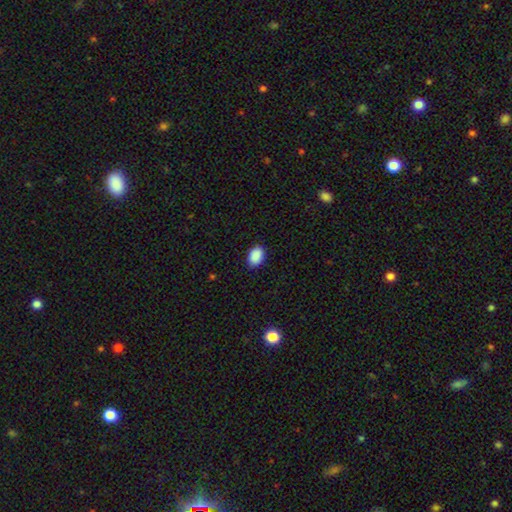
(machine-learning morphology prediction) A smooth galaxy with no disk features (90%) that is in between round and cigar-shaped (85%).

Vote fractions:
- Smooth or featured? smooth: 90% / star or artifact: 7% / featured or disk: 2%
- How rounded? in between: 85% / round: 14% / cigar-shaped: 1%
- Merging? none: 88% / minor disturbance: 9% / major disturbance: 2% / merger: 1%